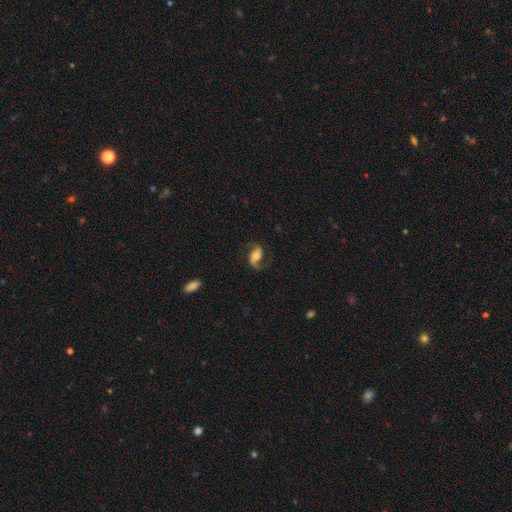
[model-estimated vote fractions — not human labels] Morphology: type=featured or disk (80%); edge-on=no (96%); bar=weak (38%); spiral arms=yes (95%); winding=loose (59%); arm count=2 (87%); bulge=moderate (53%); merging=none (72%).